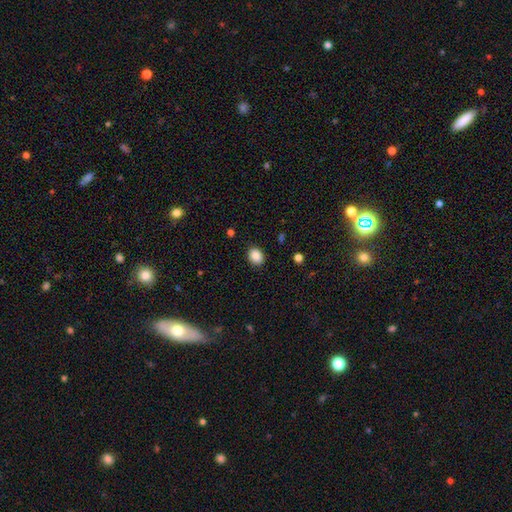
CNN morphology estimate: Smooth or featured? Predicted: smooth (p=0.88). How rounded? Predicted: in between (p=0.51). Merging? Predicted: none (p=0.89).